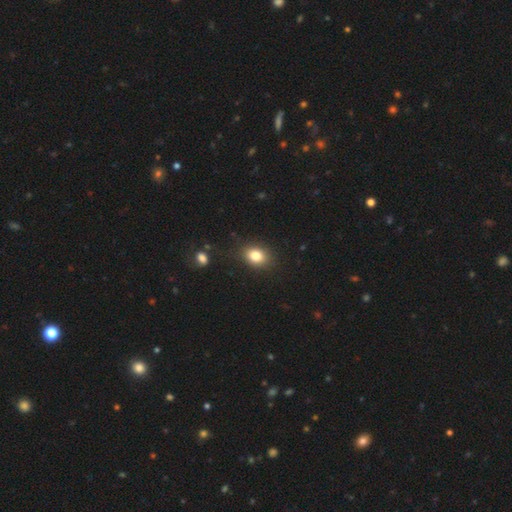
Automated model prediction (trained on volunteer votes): Smooth or featured?
  - smooth: 83% *
  - star or artifact: 10%
  - featured or disk: 7%
How rounded?
  - in between: 62% *
  - round: 37%
  - cigar-shaped: 1%
Merging?
  - none: 85% *
  - minor disturbance: 10%
  - major disturbance: 3%
  - merger: 2%